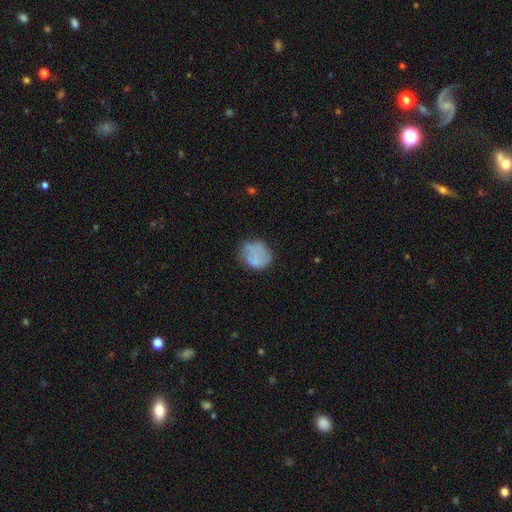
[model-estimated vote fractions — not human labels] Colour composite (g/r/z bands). It shows a smooth galaxy with no disk features (62%) that is round (73%). Merging: none (58%).